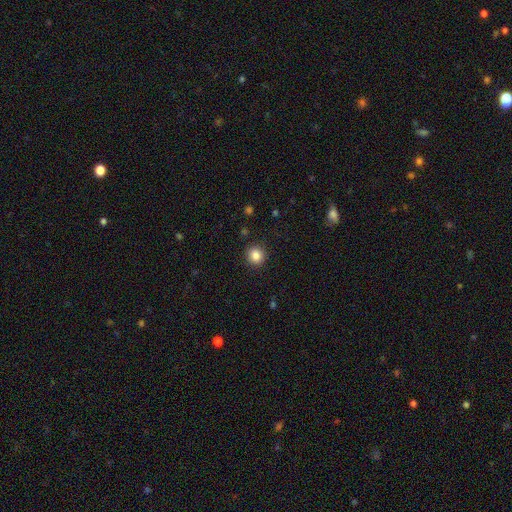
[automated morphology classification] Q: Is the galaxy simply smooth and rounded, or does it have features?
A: smooth — 85%.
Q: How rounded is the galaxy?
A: round — 92%.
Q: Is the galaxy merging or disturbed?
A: none — 91%.